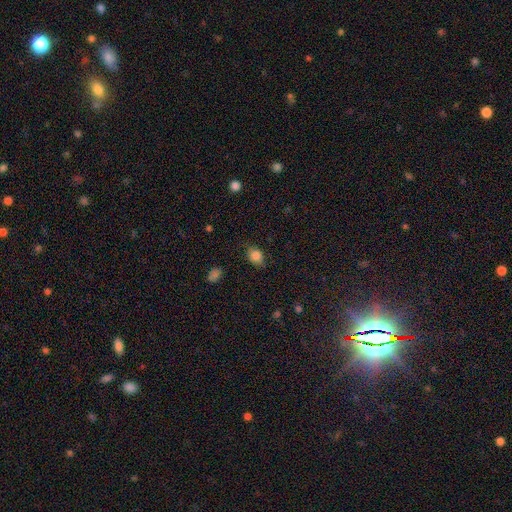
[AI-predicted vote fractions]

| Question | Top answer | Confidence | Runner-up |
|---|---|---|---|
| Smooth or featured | smooth | 85% | star or artifact (10%) |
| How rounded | in between | 65% | round (33%) |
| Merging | none | 79% | minor disturbance (16%) |